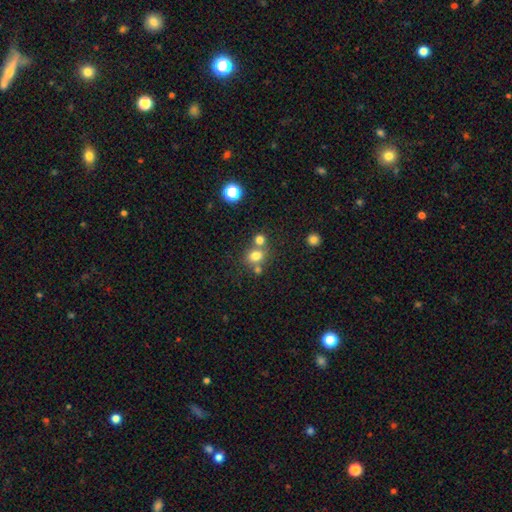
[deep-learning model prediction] A smooth galaxy with no disk features (75%) that is round (68%).

Vote fractions:
- Smooth or featured? smooth: 75% / star or artifact: 15% / featured or disk: 10%
- How rounded? round: 68% / in between: 31% / cigar-shaped: 1%
- Merging? none: 53% / merger: 34% / minor disturbance: 9% / major disturbance: 4%